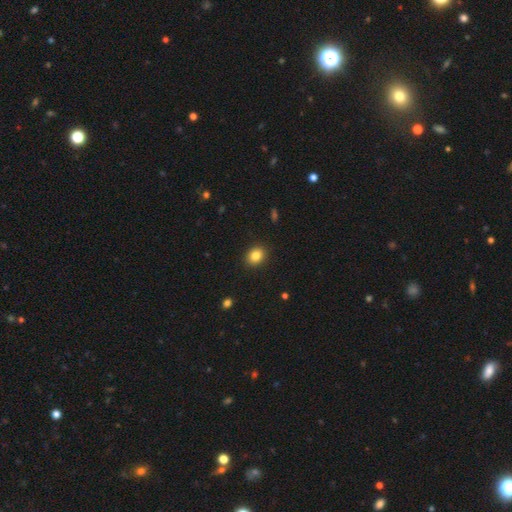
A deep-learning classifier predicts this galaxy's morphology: smooth 84%, star or artifact 10%, featured or disk 6%. Down the decision tree: how rounded — round (56%); merging — none (90%).